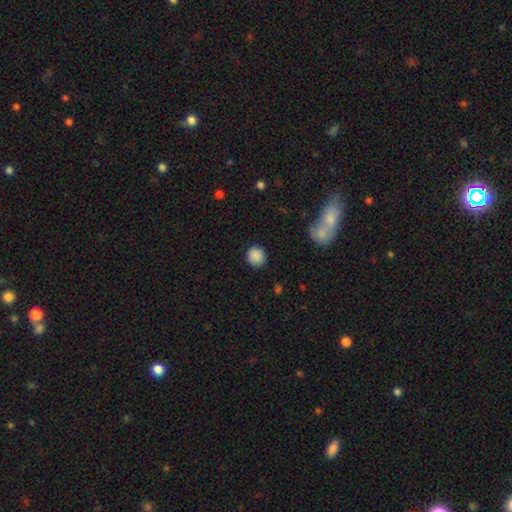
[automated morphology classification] Smooth or featured: smooth — 88% (star or artifact — 9%)
How rounded: round — 89% (in between — 10%)
Merging: none — 88% (minor disturbance — 8%)